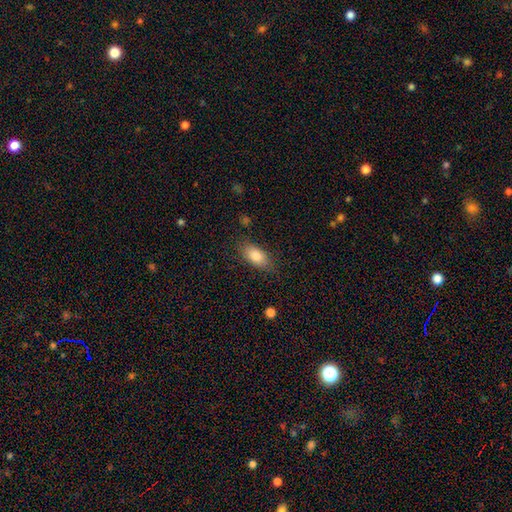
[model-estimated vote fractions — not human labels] smooth 83%, featured or disk 10%, star or artifact 7%. Down the decision tree: how rounded — in between (88%); merging — none (78%).